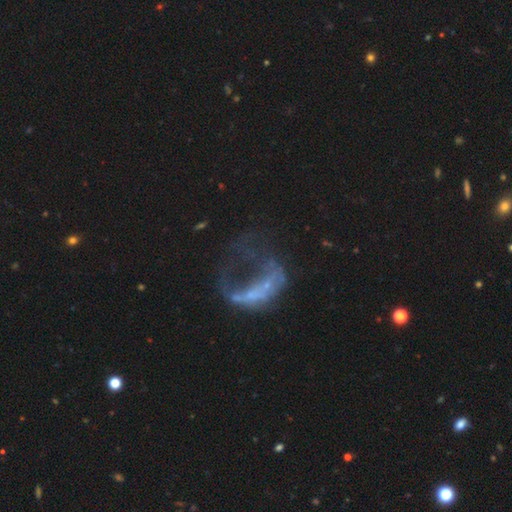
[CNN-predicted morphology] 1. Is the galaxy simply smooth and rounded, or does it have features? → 52% featured or disk, 28% star or artifact, 21% smooth.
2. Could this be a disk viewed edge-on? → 94% no, 6% yes.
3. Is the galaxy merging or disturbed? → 57% major disturbance, 24% none, 12% minor disturbance, 7% merger.